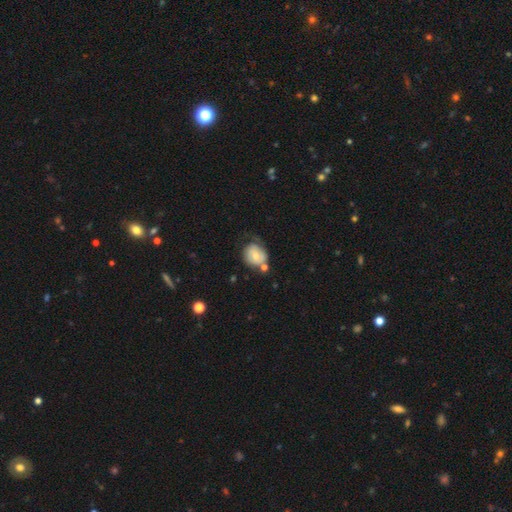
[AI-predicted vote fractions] The model was most divided on "smooth or featured": smooth: 52%, featured or disk: 41%, star or artifact: 8%. Remaining: how rounded — round (74%); merging — none (46%).